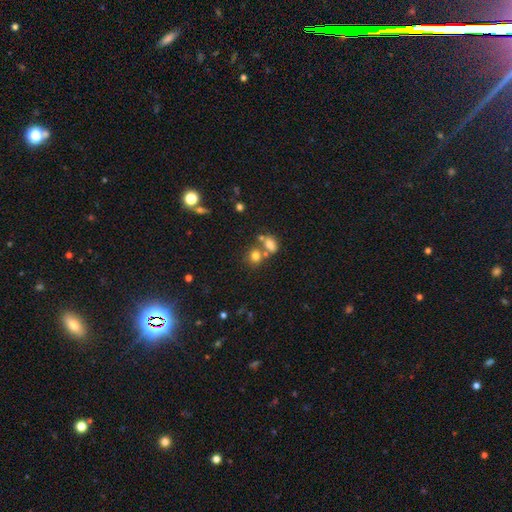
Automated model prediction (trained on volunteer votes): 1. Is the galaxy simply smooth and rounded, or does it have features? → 75% smooth, 14% star or artifact, 11% featured or disk.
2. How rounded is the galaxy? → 73% round, 26% in between, 1% cigar-shaped.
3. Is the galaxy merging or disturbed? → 50% none, 36% merger, 10% minor disturbance, 4% major disturbance.